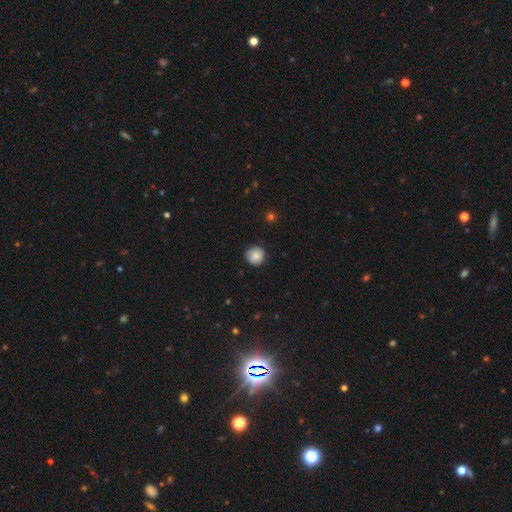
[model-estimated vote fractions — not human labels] Smooth or featured? Predicted: smooth (p=0.85). How rounded? Predicted: round (p=0.90). Merging? Predicted: none (p=0.81).